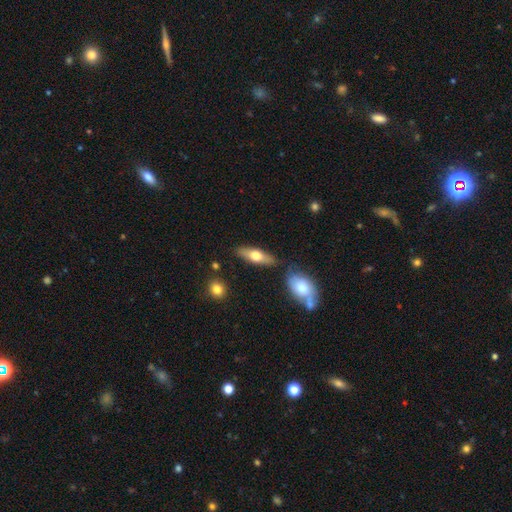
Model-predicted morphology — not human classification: This appears to be a smooth galaxy with no disk features (57%) that is in between round and cigar-shaped (54%). Merging: none (78%).